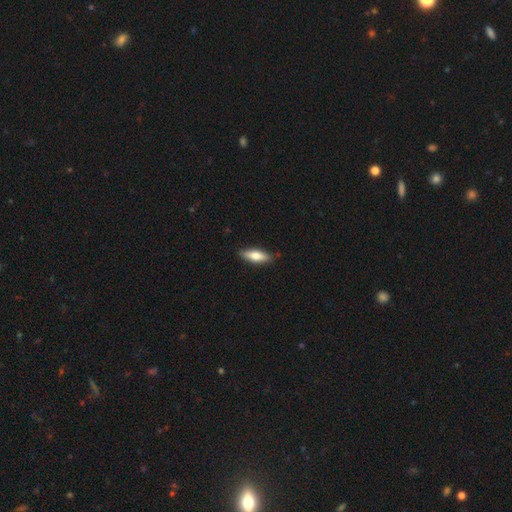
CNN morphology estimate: Overall: smooth (71%). How rounded: in between (59%; cigar-shaped 39%). Merging: none (87%).